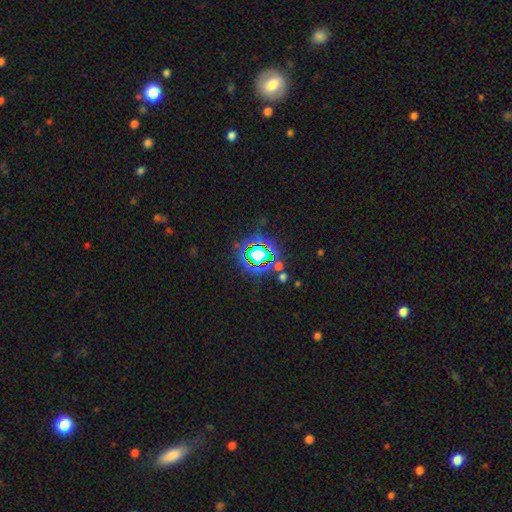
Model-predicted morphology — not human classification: star or artifact 78%, smooth 13%, featured or disk 9%.